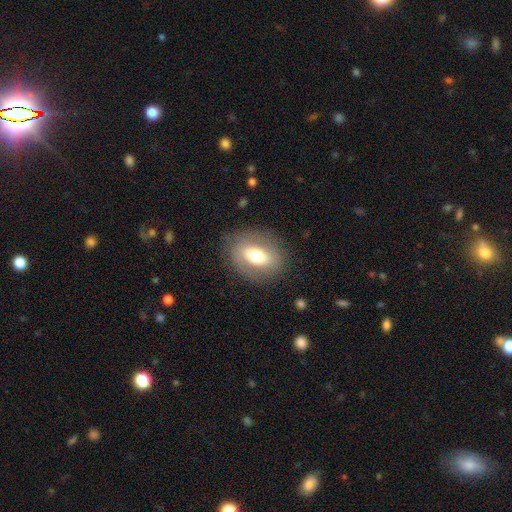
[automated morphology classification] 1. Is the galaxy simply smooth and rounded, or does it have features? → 54% smooth, 38% featured or disk, 8% star or artifact.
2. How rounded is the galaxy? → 70% in between, 28% round, 2% cigar-shaped.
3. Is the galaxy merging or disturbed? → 80% none, 13% minor disturbance, 6% major disturbance, 1% merger.